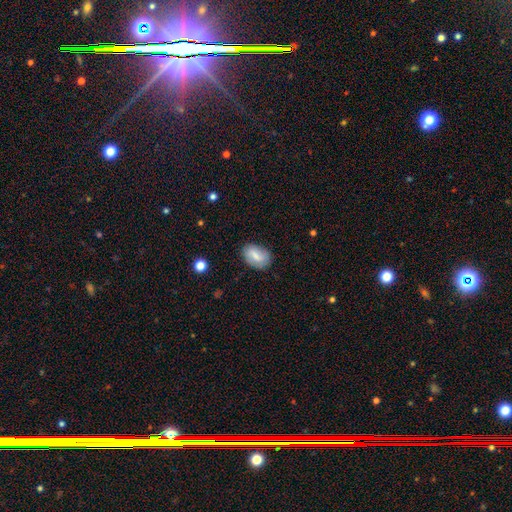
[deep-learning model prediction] A smooth galaxy with no disk features (71%) that is in between round and cigar-shaped (87%). Merging: none (80%).